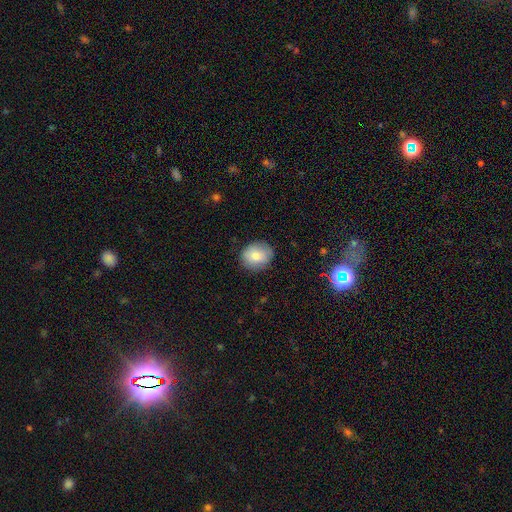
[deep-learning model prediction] Morphology: type=smooth (81%); roundness=round (69%); merging=none (83%).